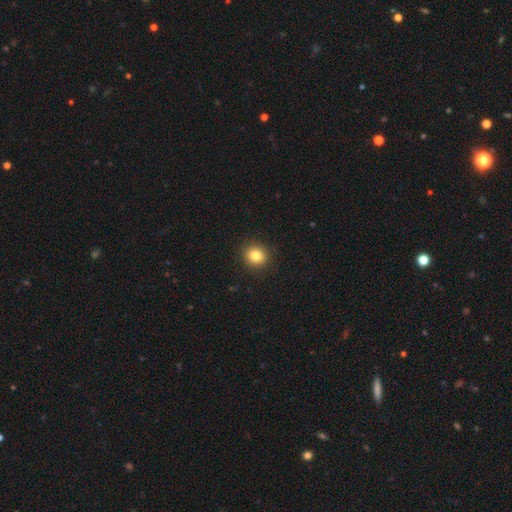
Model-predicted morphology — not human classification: The model was most divided on "how rounded": round: 82%, in between: 17%, cigar-shaped: 1%. More confident: merging — none (91%); smooth or featured — smooth (83%).